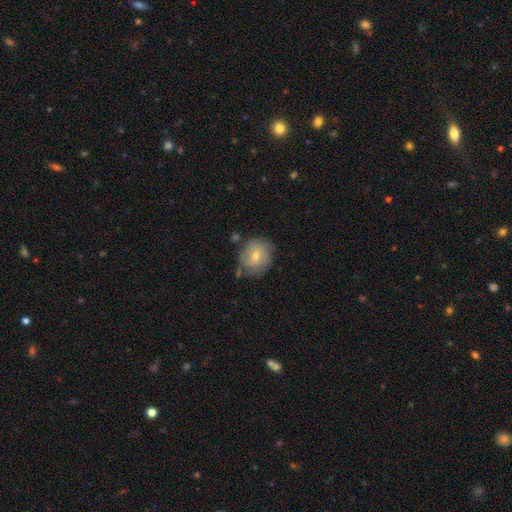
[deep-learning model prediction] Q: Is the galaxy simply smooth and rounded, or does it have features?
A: smooth — 48%.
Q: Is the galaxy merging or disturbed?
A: none — 70%.